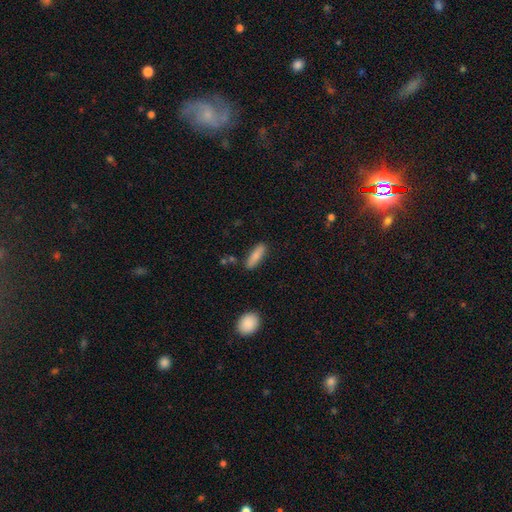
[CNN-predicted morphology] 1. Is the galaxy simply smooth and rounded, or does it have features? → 83% smooth, 11% featured or disk, 6% star or artifact.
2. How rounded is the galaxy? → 58% cigar-shaped, 40% in between, 2% round.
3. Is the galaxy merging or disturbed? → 84% none, 11% minor disturbance, 3% merger, 2% major disturbance.